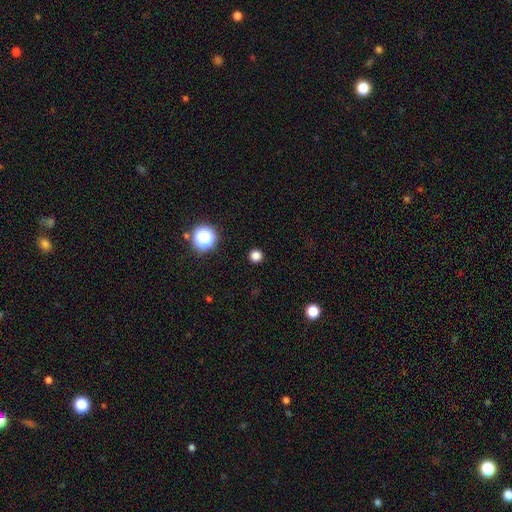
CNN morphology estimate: smooth_or_featured: smooth (p=0.79) [alt: star or artifact p=0.18]
how_rounded: round (p=0.95) [alt: in between p=0.04]
merging: none (p=0.92) [alt: minor disturbance p=0.05]